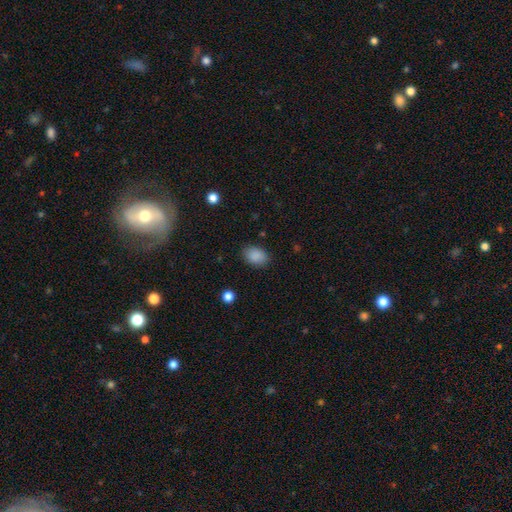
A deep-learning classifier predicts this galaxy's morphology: smooth_or_featured: smooth (p=0.89) [alt: star or artifact p=0.08]
how_rounded: in between (p=0.84) [alt: round p=0.15]
merging: none (p=0.86) [alt: minor disturbance p=0.10]